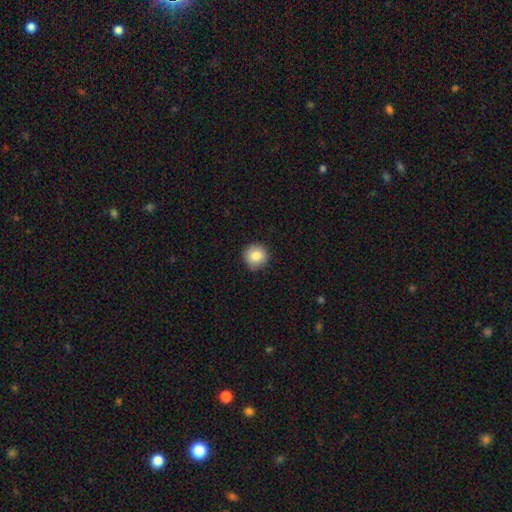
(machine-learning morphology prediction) Smooth or featured: smooth — 84% (star or artifact — 9%)
How rounded: round — 94% (in between — 5%)
Merging: none — 87% (minor disturbance — 10%)